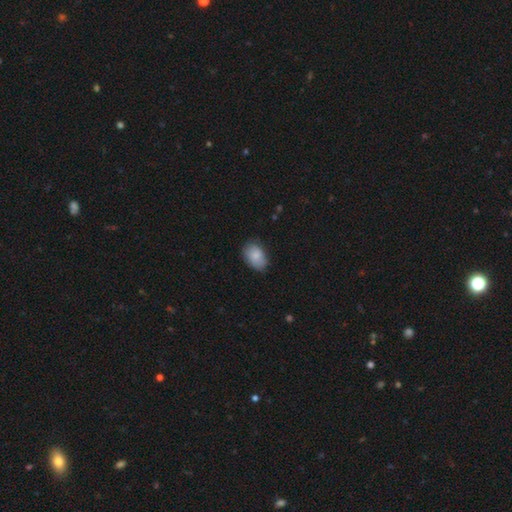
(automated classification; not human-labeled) The model was most divided on "merging": none: 71%, minor disturbance: 24%, major disturbance: 4%, merger: 1%. More confident: how rounded — in between (85%); smooth or featured — smooth (82%).